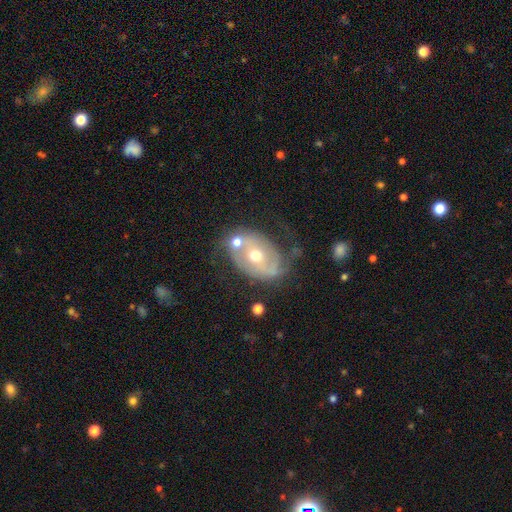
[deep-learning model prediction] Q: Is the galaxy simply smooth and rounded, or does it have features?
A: featured or disk — 70%.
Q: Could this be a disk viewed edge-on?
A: no — 95%.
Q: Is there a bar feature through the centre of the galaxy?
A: no — 53%.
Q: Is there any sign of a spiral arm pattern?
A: yes — 70%.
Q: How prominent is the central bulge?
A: moderate — 72%.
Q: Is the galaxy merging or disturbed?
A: none — 46%.